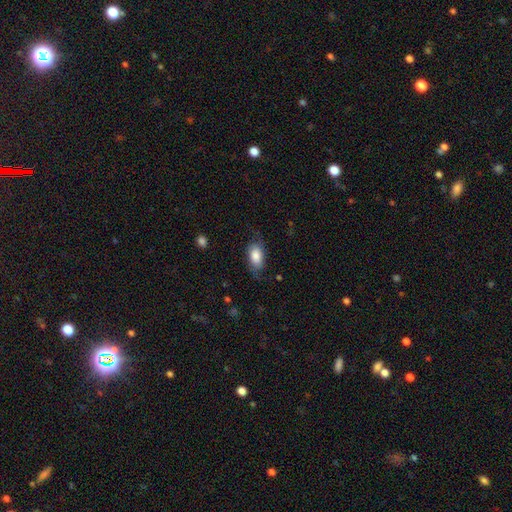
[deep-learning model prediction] smooth-or-featured: smooth: 75% | featured or disk: 18% | star or artifact: 7%
  how-rounded: in between: 91% | round: 5% | cigar-shaped: 4%
  merging: none: 65% | minor disturbance: 24% | major disturbance: 10% | merger: 1%